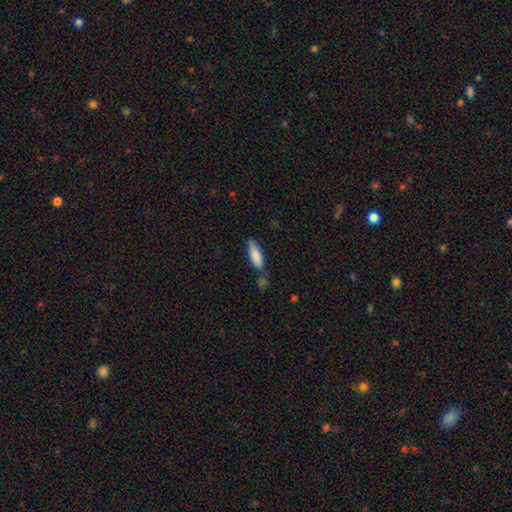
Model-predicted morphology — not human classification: Smooth or featured?
  - smooth: 84% *
  - featured or disk: 10%
  - star or artifact: 6%
How rounded?
  - in between: 59% *
  - cigar-shaped: 39%
  - round: 2%
Merging?
  - none: 58% *
  - minor disturbance: 20%
  - merger: 16%
  - major disturbance: 5%